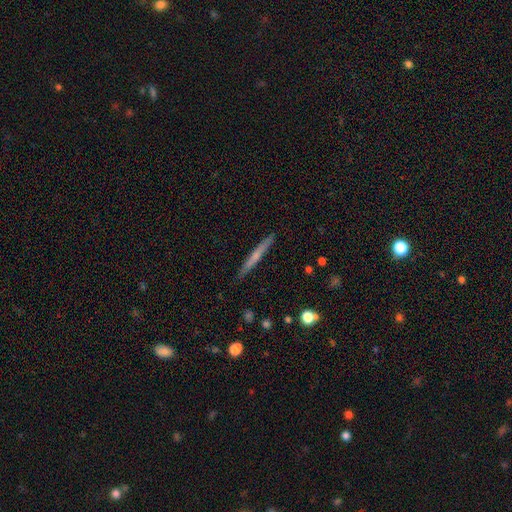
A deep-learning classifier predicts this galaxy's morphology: A featured or disk galaxy (47%). Merging: none (90%).